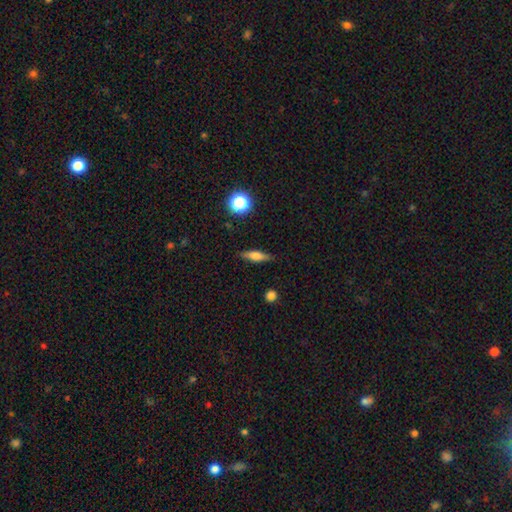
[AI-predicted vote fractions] smooth 61%, featured or disk 30%, star or artifact 9%. Down the decision tree: how rounded — cigar-shaped (58%); merging — none (84%).